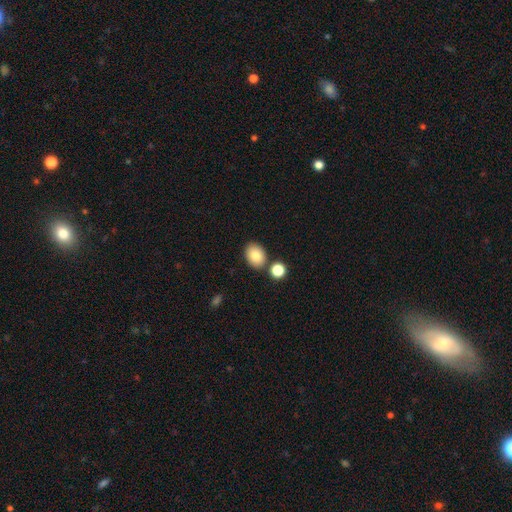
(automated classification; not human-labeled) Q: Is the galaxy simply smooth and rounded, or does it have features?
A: smooth — 83%.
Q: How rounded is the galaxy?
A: in between — 72%.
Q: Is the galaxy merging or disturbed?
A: none — 78%.